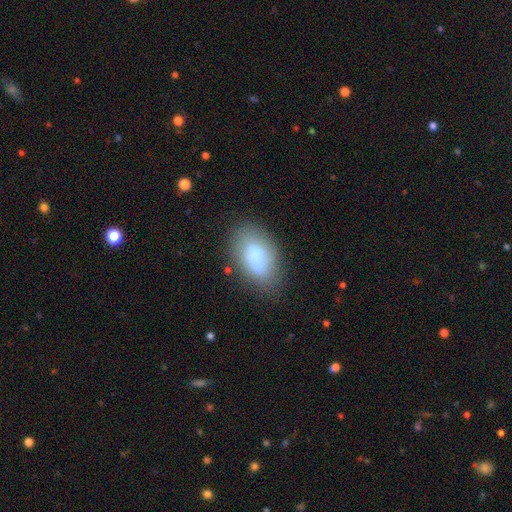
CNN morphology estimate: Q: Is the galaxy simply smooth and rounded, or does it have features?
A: smooth — 74%.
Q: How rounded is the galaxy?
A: in between — 90%.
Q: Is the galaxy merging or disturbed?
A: none — 65%.